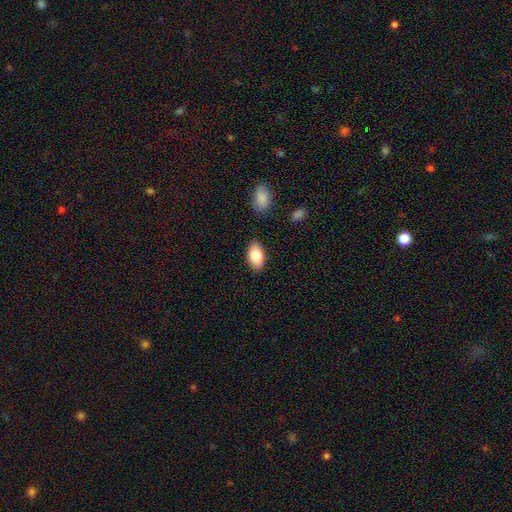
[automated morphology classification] smooth_or_featured: smooth (p=0.85) [alt: featured or disk p=0.09]
how_rounded: in between (p=0.93) [alt: round p=0.05]
merging: none (p=0.85) [alt: minor disturbance p=0.10]